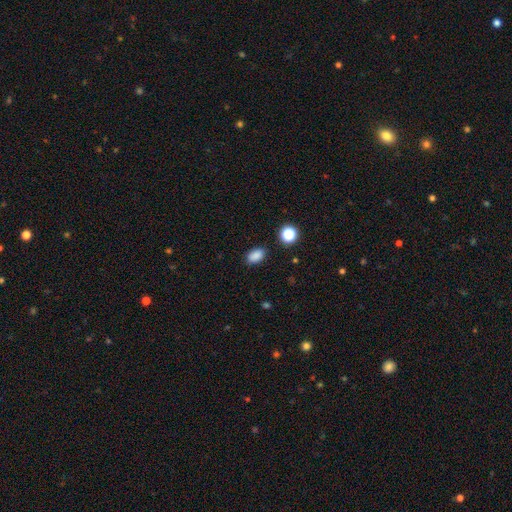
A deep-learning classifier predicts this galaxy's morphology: type=smooth (86%); roundness=in between (86%); merging=none (86%).